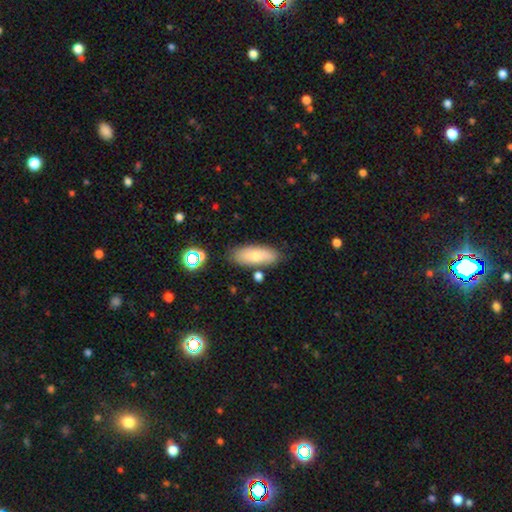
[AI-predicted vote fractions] Q: Smooth or featured?
A: smooth (73%); runner-up: featured or disk (19%)
Q: How rounded?
A: in between (77%); runner-up: cigar-shaped (20%)
Q: Merging?
A: none (78%); runner-up: minor disturbance (14%)